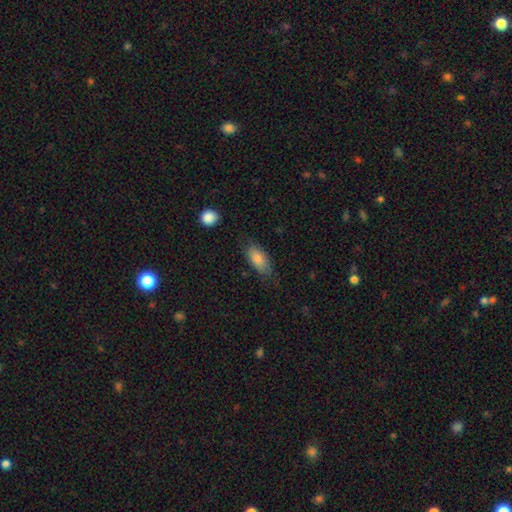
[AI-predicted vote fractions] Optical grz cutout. It shows a smooth galaxy with no disk features (76%) that is in between round and cigar-shaped (82%). Merging: none (76%).